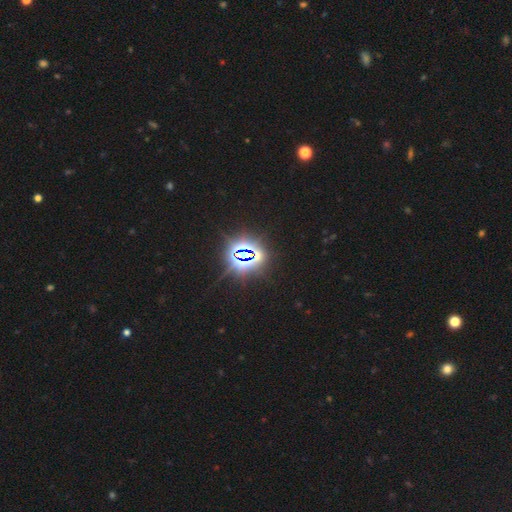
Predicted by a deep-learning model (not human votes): This appears to be a star or artifact, not a galaxy (81%).